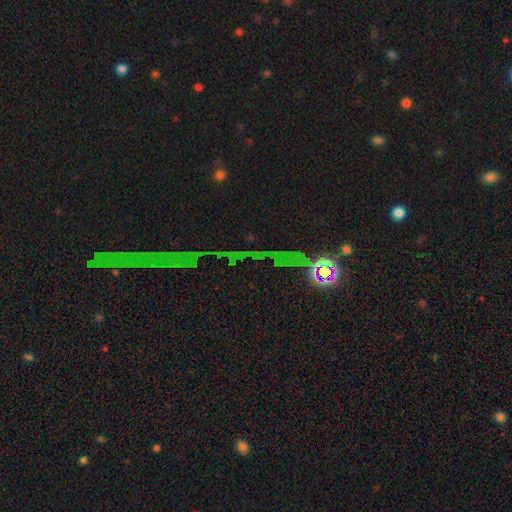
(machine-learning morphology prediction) This is likely a star or artifact rather than a galaxy (72%).